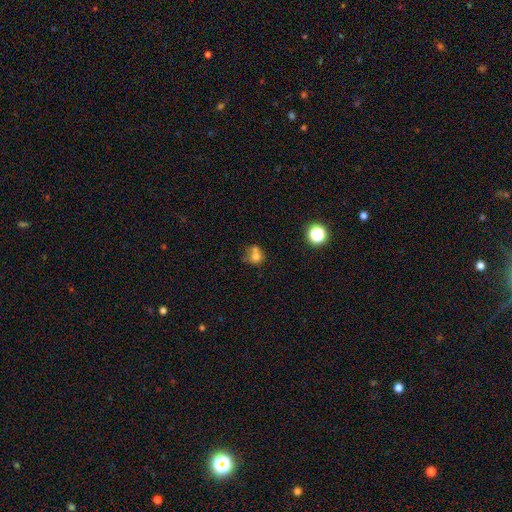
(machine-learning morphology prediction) smooth 68%, featured or disk 16%, star or artifact 15%. Down the decision tree: how rounded — round (73%); merging — merger (38%).